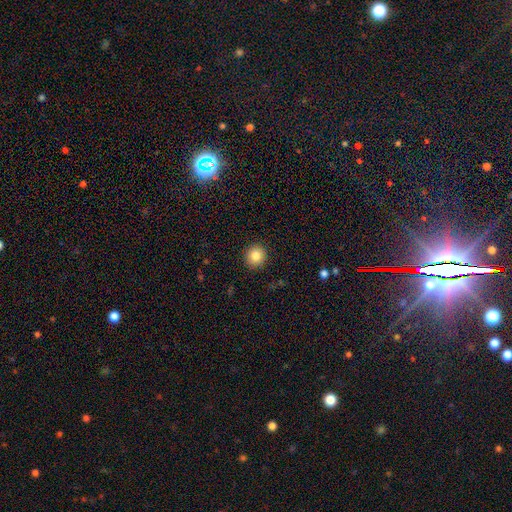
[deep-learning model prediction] Overall: smooth (83%). How rounded: round (92%). Merging: none (92%).